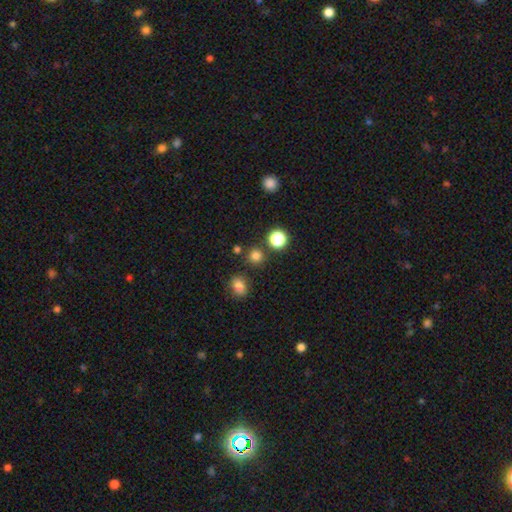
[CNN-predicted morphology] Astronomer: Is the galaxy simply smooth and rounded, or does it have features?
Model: smooth — 76%.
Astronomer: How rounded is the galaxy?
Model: round — 89%.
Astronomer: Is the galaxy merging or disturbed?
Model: none — 82%.